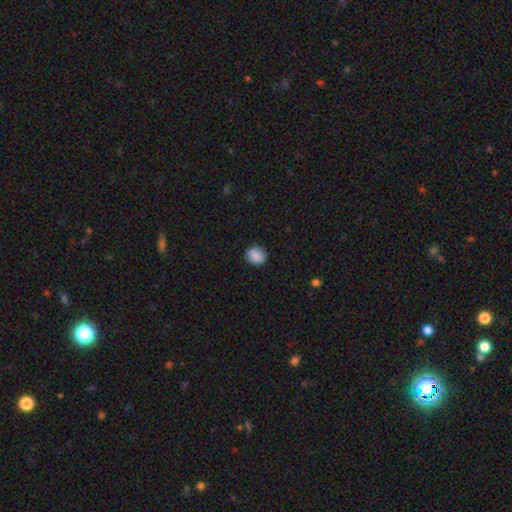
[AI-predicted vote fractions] This is clearly a smooth galaxy (88%). How rounded: likely round (66%). Merging: clearly none (87%).